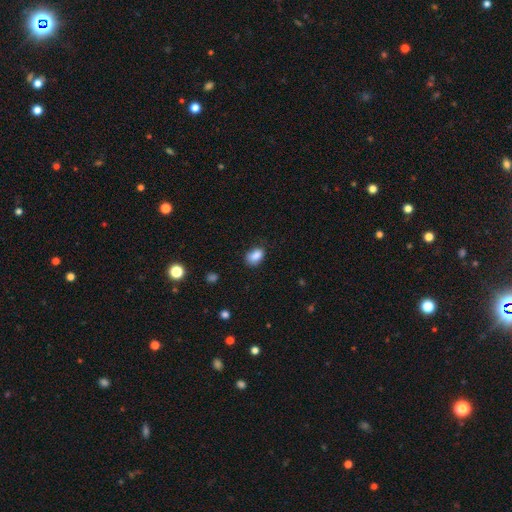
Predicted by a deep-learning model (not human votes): Smooth or featured? smooth (87%)
How rounded? in between (84%)
Merging? none (71%)